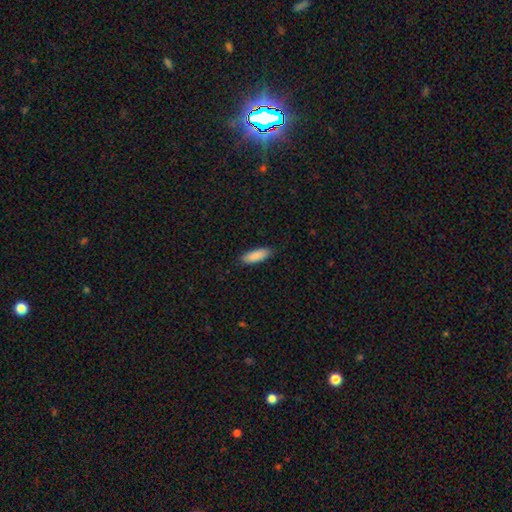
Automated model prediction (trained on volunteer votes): Morphology: type=smooth (89%); roundness=in between (62%); merging=none (88%).